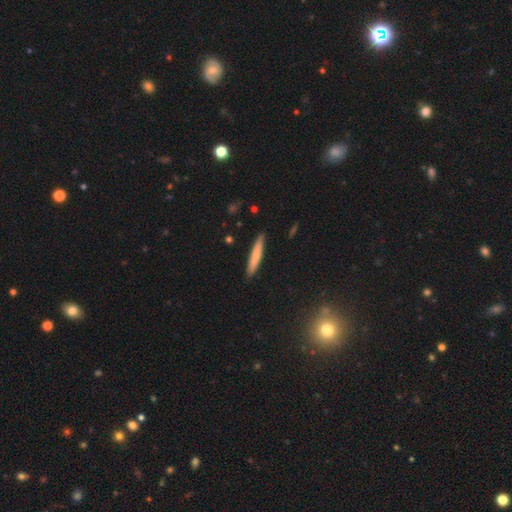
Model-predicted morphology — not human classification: A smooth galaxy with no disk features (72%) that is cigar-shaped (94%).

Vote fractions:
- Smooth or featured? smooth: 72% / featured or disk: 22% / star or artifact: 6%
- How rounded? cigar-shaped: 94% / in between: 5% / round: 1%
- Merging? none: 90% / minor disturbance: 8% / major disturbance: 1% / merger: 1%